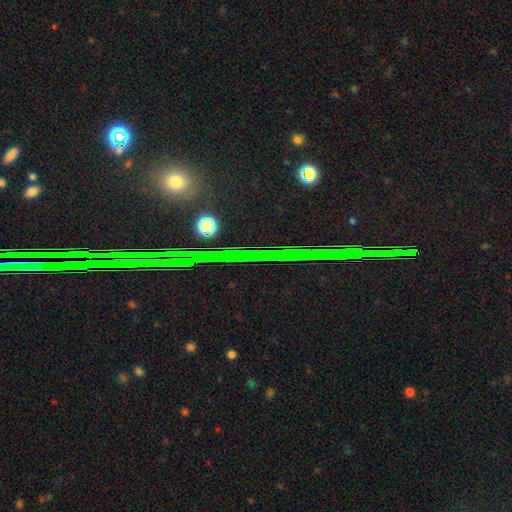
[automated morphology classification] The model was most divided on "smooth or featured": star or artifact: 79%, smooth: 11%, featured or disk: 10%.